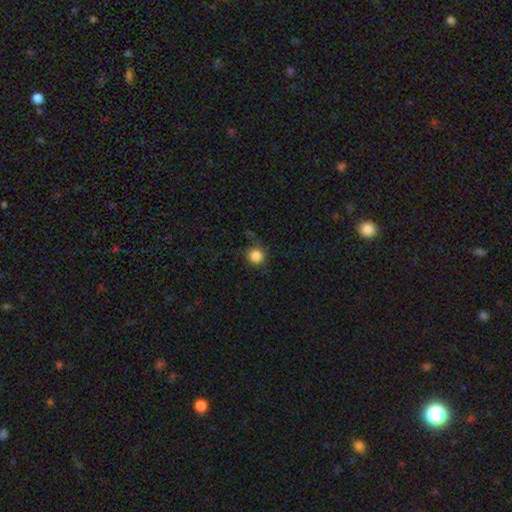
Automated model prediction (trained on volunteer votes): Smooth or featured: smooth — 85% (star or artifact — 10%)
How rounded: round — 91% (in between — 8%)
Merging: none — 77% (minor disturbance — 16%)